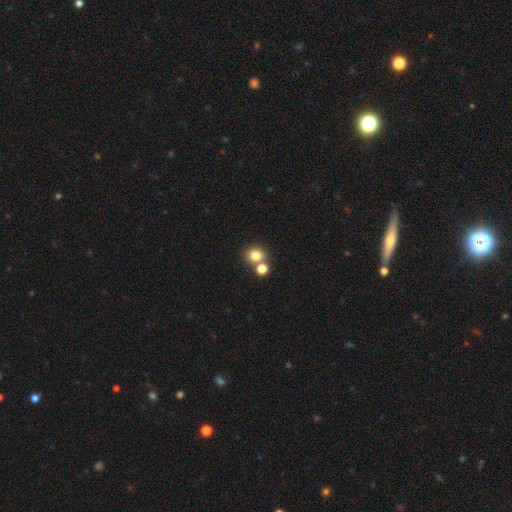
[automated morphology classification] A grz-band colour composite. It shows a smooth galaxy with no disk features (80%) that is round (77%). Merging: none (59%).